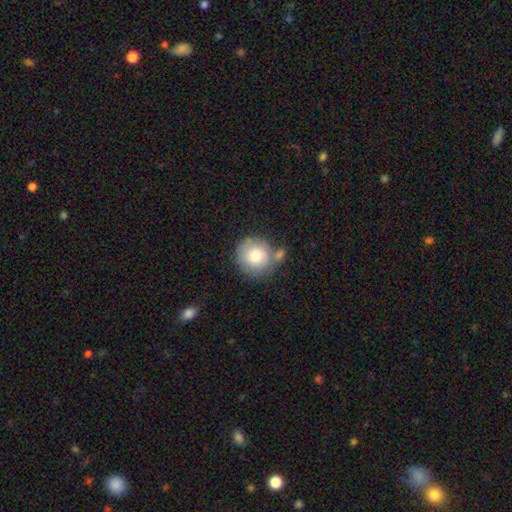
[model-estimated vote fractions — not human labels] smooth 81%, featured or disk 12%, star or artifact 7%. Down the decision tree: how rounded — round (91%); merging — none (57%).